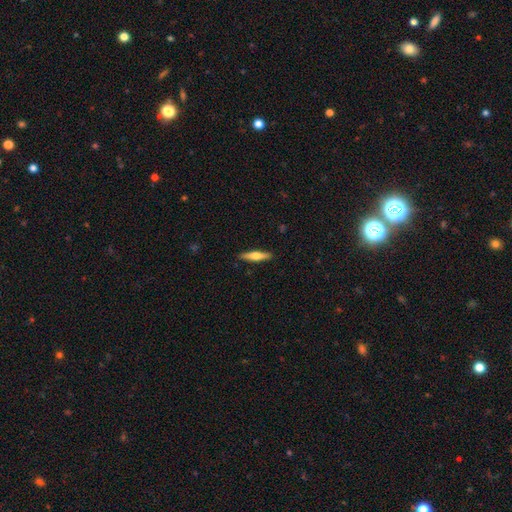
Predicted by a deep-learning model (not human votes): A smooth galaxy with no disk features (56%) that is cigar-shaped (79%). Merging: none (90%).